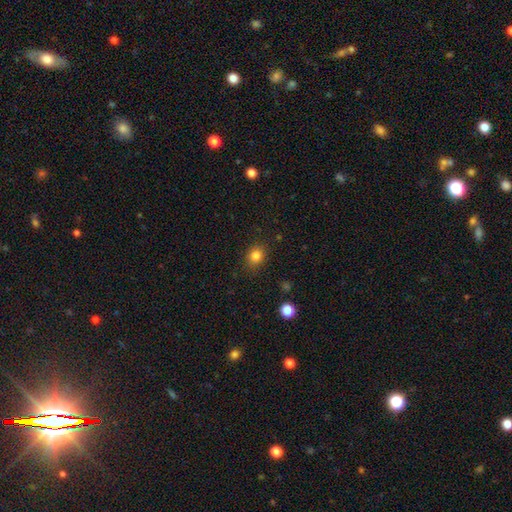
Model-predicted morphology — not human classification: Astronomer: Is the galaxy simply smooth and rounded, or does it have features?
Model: smooth — 83%.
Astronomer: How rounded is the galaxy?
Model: round — 62% (runner-up: in between, 37%).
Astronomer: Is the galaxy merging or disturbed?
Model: none — 86%.